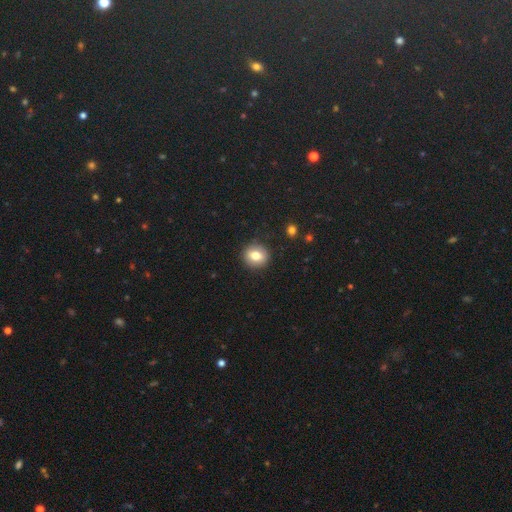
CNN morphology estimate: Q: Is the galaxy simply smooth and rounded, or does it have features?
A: smooth — 77%.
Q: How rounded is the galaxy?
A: round — 81%.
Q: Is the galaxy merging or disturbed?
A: none — 89%.